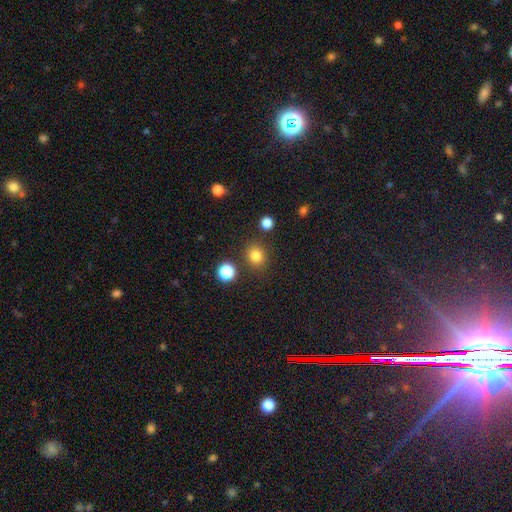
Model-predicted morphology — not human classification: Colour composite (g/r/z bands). It shows a smooth galaxy with no disk features (80%) that is round (81%). Merging: none (84%).